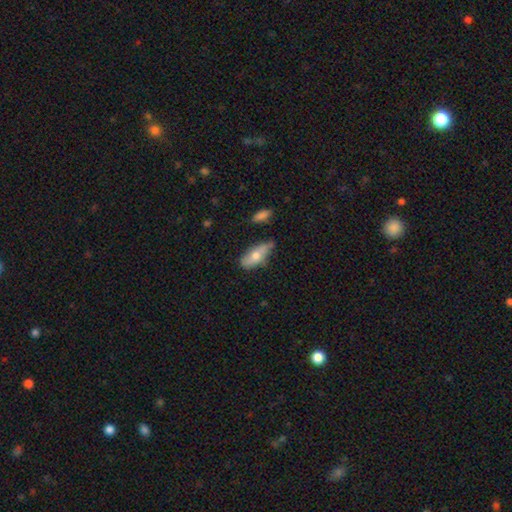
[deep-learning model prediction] smooth-or-featured: smooth: 63% | featured or disk: 30% | star or artifact: 7%
  how-rounded: in between: 76% | cigar-shaped: 21% | round: 3%
  merging: none: 55% | minor disturbance: 32% | major disturbance: 8% | merger: 6%